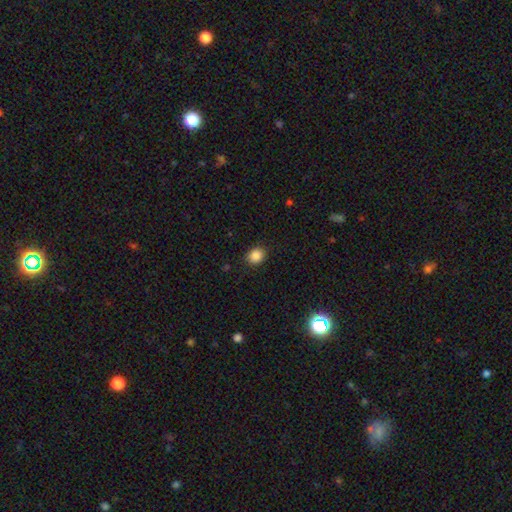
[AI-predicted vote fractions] Smooth or featured? smooth (86%)
How rounded? round (66%)
Merging? none (89%)